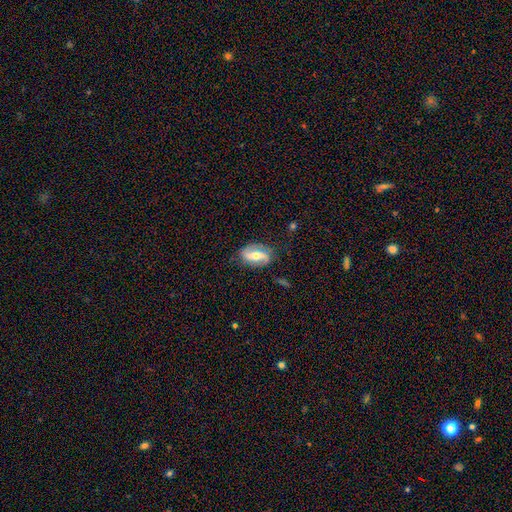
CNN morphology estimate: This is likely a featured or disk galaxy (73%). It is clearly not viewed edge-on (94%). Bar: marginally strong (45%). Spiral arm pattern: clearly yes (87%). Spiral arm count: clearly 2 (89%). Spiral winding: possibly loose (51%). Central bulge: likely moderate (66%). Merging: likely none (79%).